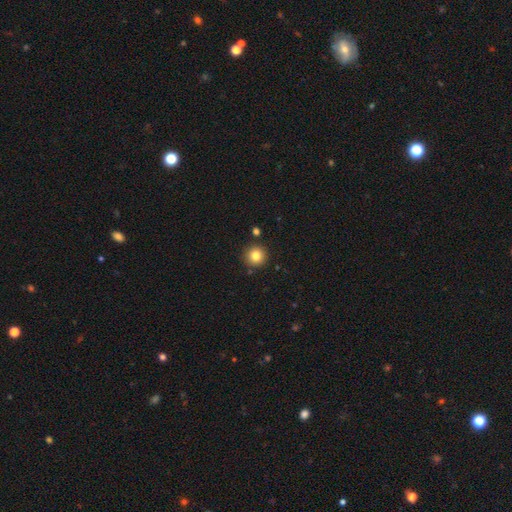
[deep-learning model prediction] A smooth galaxy with no disk features (82%) that is round (95%). Merging: none (88%).